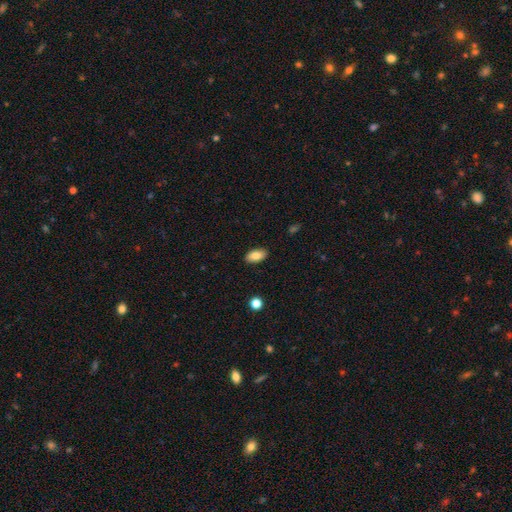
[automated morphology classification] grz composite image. It shows a smooth galaxy with no disk features (83%) that is in between round and cigar-shaped (93%). Merging: none (89%).